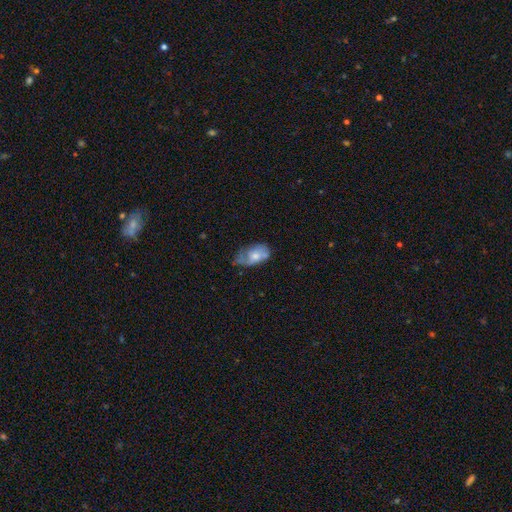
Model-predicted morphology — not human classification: smooth 53%, featured or disk 40%, star or artifact 8%. Down the decision tree: how rounded — in between (91%); merging — none (39%).